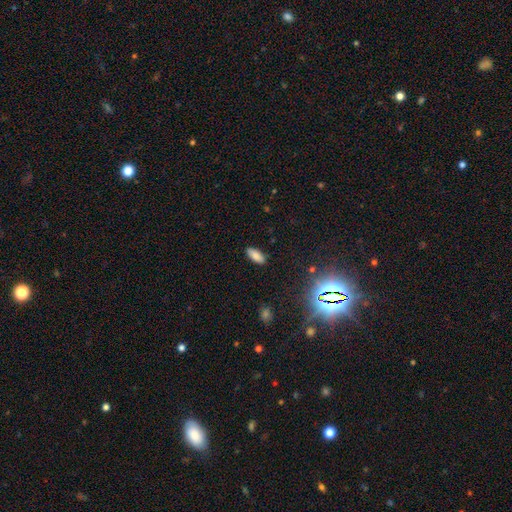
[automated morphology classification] The model was most divided on "how rounded": in between: 83%, cigar-shaped: 15%, round: 2%. More confident: merging — none (88%); smooth or featured — smooth (83%).